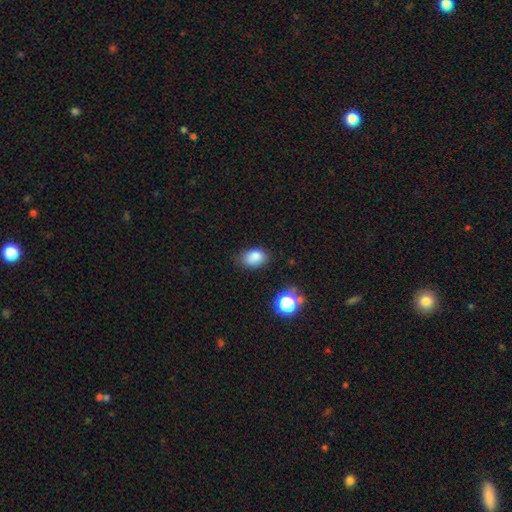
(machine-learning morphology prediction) smooth 83%, star or artifact 11%, featured or disk 6%. Down the decision tree: how rounded — in between (79%); merging — none (73%).